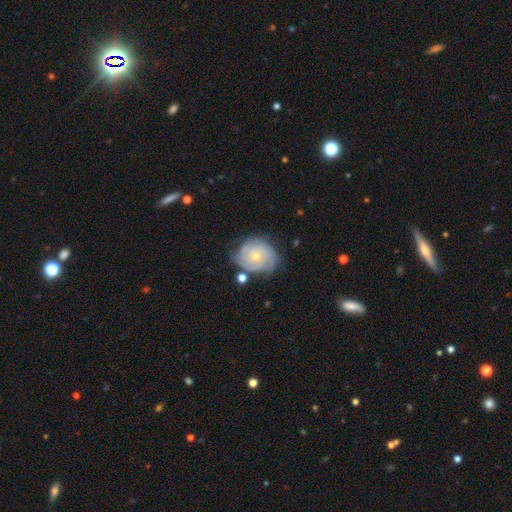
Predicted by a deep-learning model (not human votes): Morphology: type=featured or disk (75%); edge-on=no (98%); bar=no (82%); spiral arms=yes (91%); winding=tight (75%); arm count=can't tell (35%); bulge=small (62%); merging=none (68%).